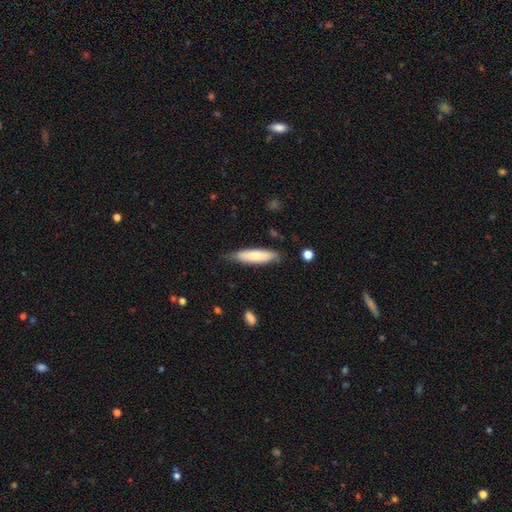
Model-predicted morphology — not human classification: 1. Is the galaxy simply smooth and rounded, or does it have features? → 77% smooth, 17% featured or disk, 6% star or artifact.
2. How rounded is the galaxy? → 69% cigar-shaped, 30% in between, 1% round.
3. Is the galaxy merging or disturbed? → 74% none, 20% minor disturbance, 4% major disturbance, 2% merger.